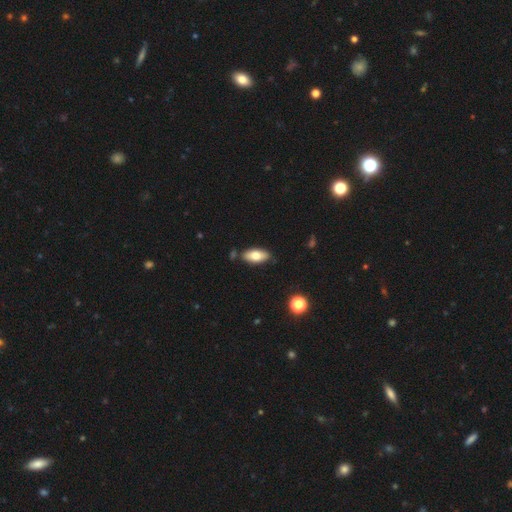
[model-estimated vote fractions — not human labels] Smooth or featured?
  - smooth: 75% *
  - featured or disk: 18%
  - star or artifact: 7%
How rounded?
  - in between: 89% *
  - cigar-shaped: 9%
  - round: 3%
Merging?
  - none: 80% *
  - minor disturbance: 13%
  - merger: 4%
  - major disturbance: 2%